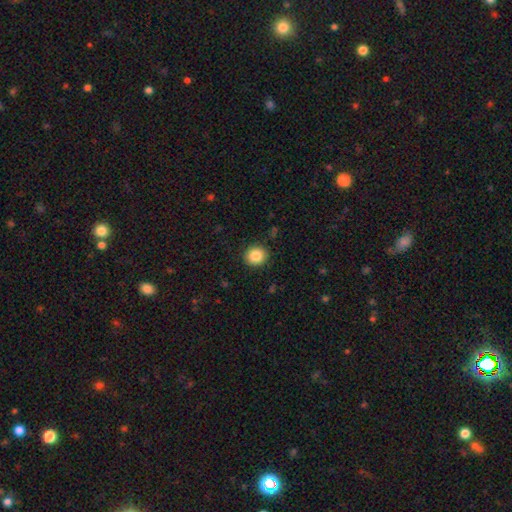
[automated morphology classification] type=smooth (85%); roundness=round (89%); merging=none (91%).